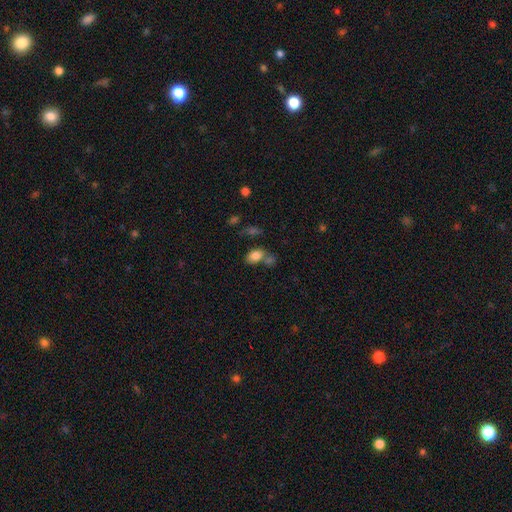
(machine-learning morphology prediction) smooth 82%, star or artifact 10%, featured or disk 8%. Down the decision tree: how rounded — in between (84%); merging — none (48%).